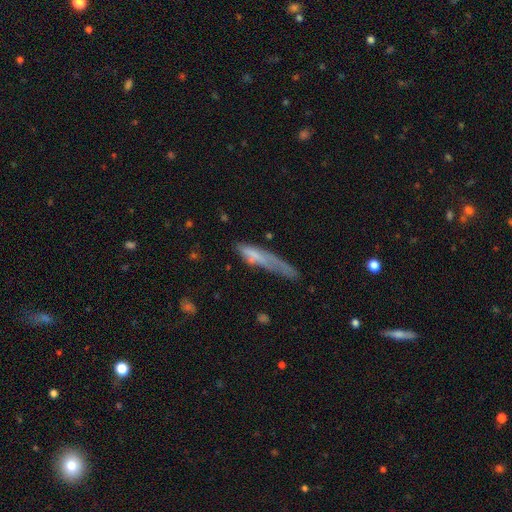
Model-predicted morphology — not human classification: Smooth or featured: smooth — 61% (featured or disk — 30%)
How rounded: cigar-shaped — 81% (in between — 17%)
Merging: none — 32% (major disturbance — 30%)